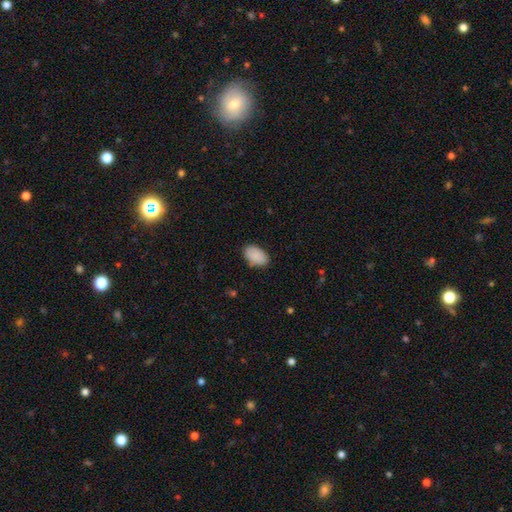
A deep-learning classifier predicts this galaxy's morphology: Smooth or featured? smooth (89%)
How rounded? in between (92%)
Merging? none (83%)